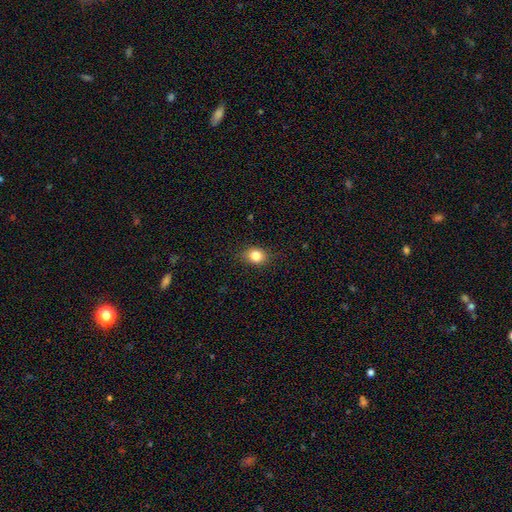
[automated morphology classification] type=smooth (82%); roundness=round (55%); merging=none (83%).